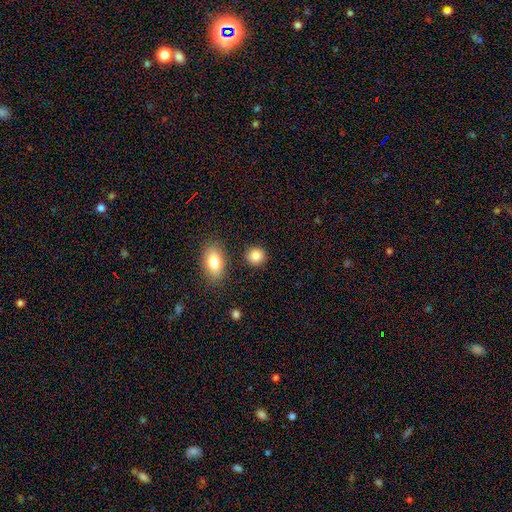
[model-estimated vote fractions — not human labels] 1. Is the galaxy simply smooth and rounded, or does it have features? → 85% smooth, 9% star or artifact, 6% featured or disk.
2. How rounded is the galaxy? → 86% round, 13% in between, 1% cigar-shaped.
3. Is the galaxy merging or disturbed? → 87% none, 7% minor disturbance, 3% merger, 2% major disturbance.